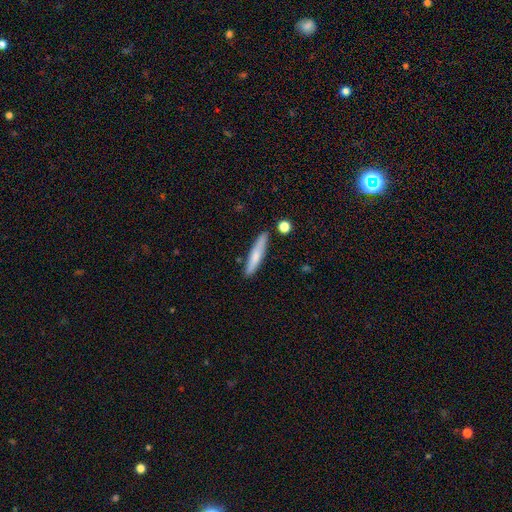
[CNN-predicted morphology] This appears to be a smooth galaxy with no disk features (69%) that is cigar-shaped (90%). Merging: none (84%).